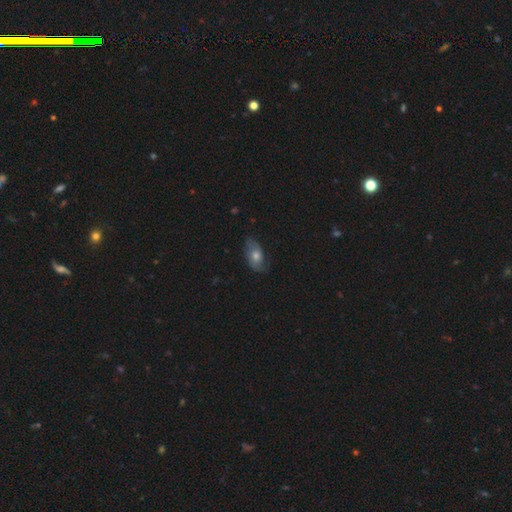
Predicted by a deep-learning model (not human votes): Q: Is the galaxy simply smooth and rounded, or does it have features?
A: smooth — 46%.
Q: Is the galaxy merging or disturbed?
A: none — 68%.